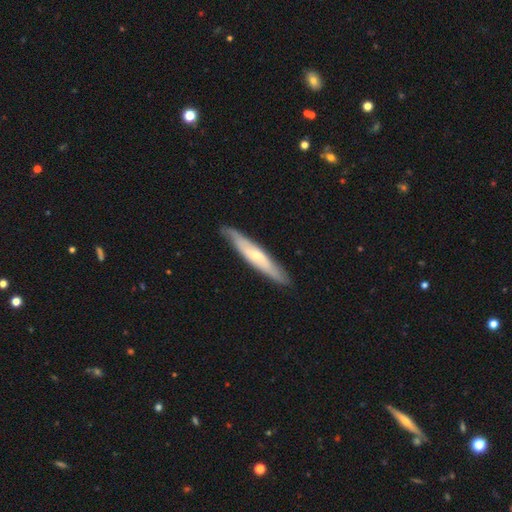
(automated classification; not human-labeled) Smooth or featured?
  - featured or disk: 56% *
  - smooth: 39%
  - star or artifact: 5%
Edge-on disk?
  - yes: 71% *
  - no: 29%
Merging?
  - none: 86% *
  - minor disturbance: 11%
  - major disturbance: 2%
  - merger: 1%